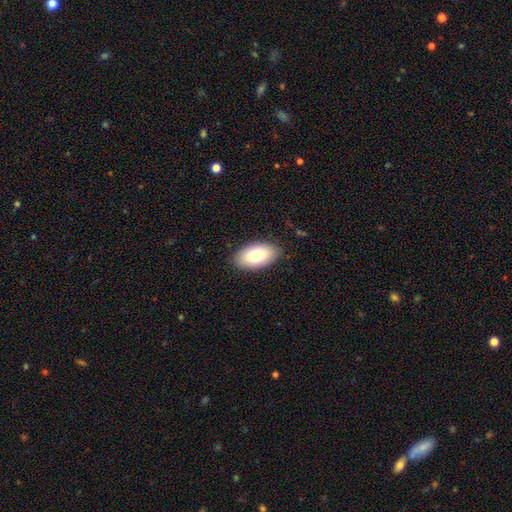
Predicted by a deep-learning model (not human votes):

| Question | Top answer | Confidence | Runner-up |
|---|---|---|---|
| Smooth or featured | smooth | 81% | featured or disk (13%) |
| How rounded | in between | 95% | round (3%) |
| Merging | none | 87% | minor disturbance (10%) |